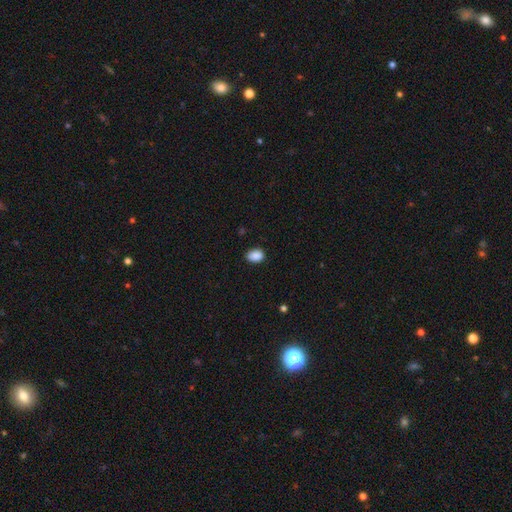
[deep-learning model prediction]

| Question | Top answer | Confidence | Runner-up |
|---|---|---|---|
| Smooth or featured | smooth | 89% | star or artifact (9%) |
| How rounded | in between | 76% | round (23%) |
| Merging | none | 84% | minor disturbance (13%) |